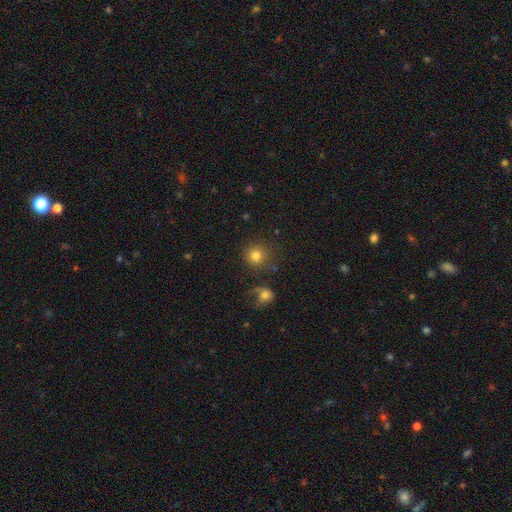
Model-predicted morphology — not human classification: Q: Smooth or featured?
A: smooth (80%); runner-up: star or artifact (13%)
Q: How rounded?
A: round (92%); runner-up: in between (7%)
Q: Merging?
A: none (78%); runner-up: minor disturbance (10%)